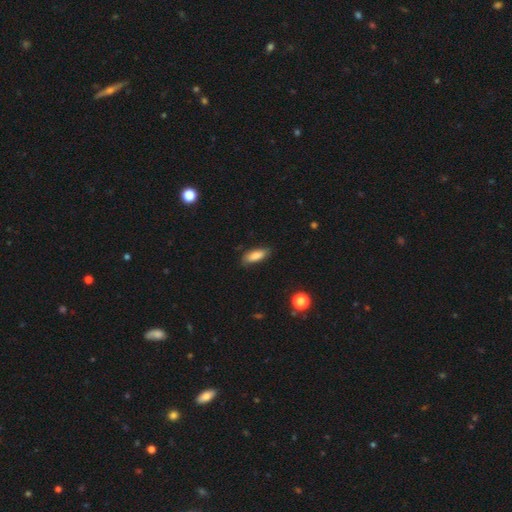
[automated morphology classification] The model was most divided on "how rounded": in between: 72%, cigar-shaped: 25%, round: 2%. More confident: smooth or featured — smooth (82%); merging — none (80%).